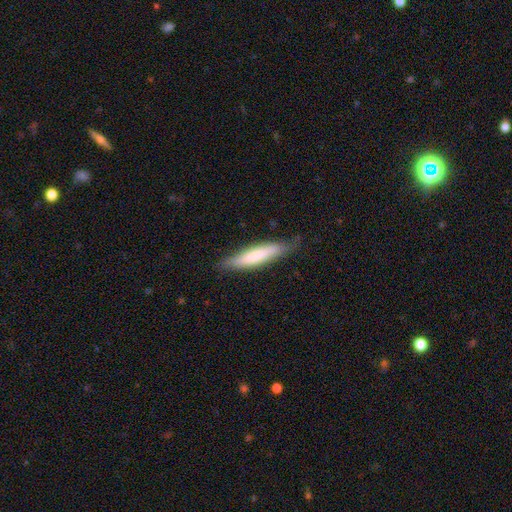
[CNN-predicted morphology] smooth-or-featured: smooth: 69% | featured or disk: 26% | star or artifact: 5%
  how-rounded: cigar-shaped: 81% | in between: 17% | round: 1%
  merging: none: 73% | minor disturbance: 21% | major disturbance: 4% | merger: 1%